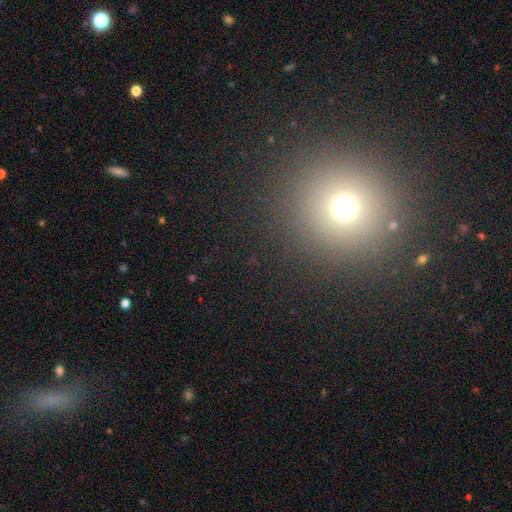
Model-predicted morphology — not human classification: smooth-or-featured: smooth: 59% | star or artifact: 33% | featured or disk: 9%
  how-rounded: round: 93% | in between: 6% | cigar-shaped: 1%
  merging: none: 90% | minor disturbance: 6% | major disturbance: 3% | merger: 2%